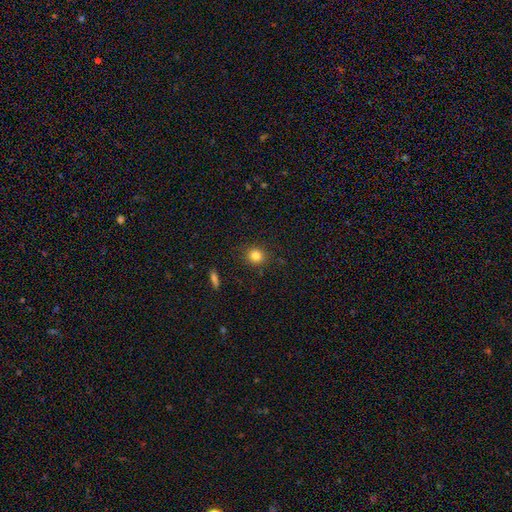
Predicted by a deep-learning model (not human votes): Smooth or featured?
  - smooth: 83% *
  - star or artifact: 11%
  - featured or disk: 6%
How rounded?
  - round: 86% *
  - in between: 13%
  - cigar-shaped: 1%
Merging?
  - none: 87% *
  - minor disturbance: 9%
  - major disturbance: 3%
  - merger: 1%